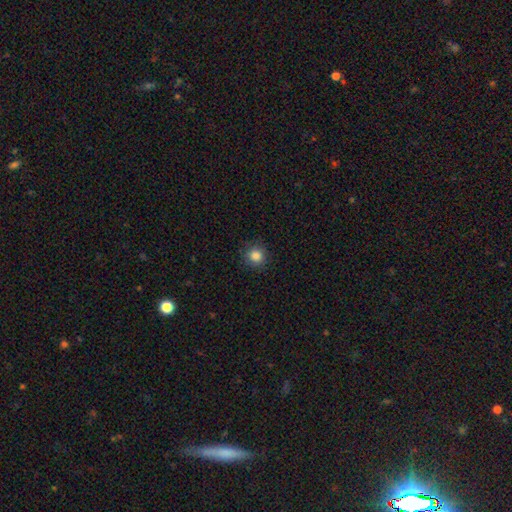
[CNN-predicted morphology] Smooth or featured?
  - smooth: 85% *
  - star or artifact: 11%
  - featured or disk: 4%
How rounded?
  - round: 93% *
  - in between: 6%
  - cigar-shaped: 1%
Merging?
  - none: 88% *
  - minor disturbance: 8%
  - major disturbance: 2%
  - merger: 1%